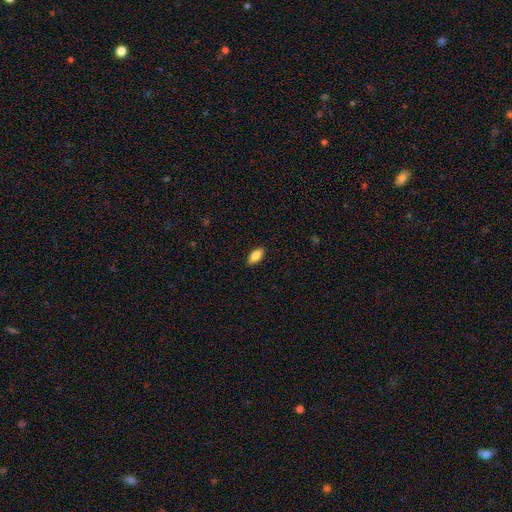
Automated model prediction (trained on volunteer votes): Smooth or featured? smooth (85%)
How rounded? in between (91%)
Merging? none (89%)